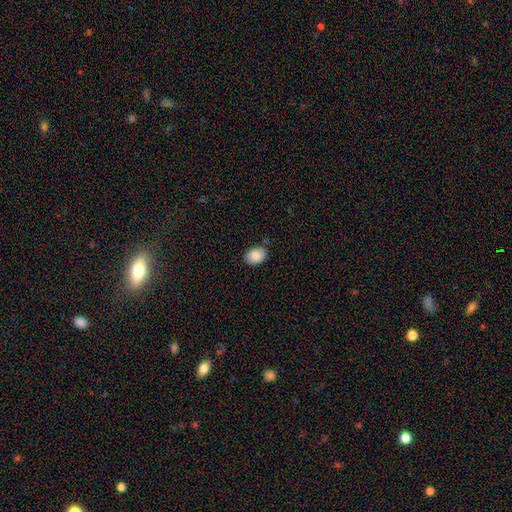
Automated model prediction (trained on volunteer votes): Smooth or featured? Predicted: smooth (p=0.86). How rounded? Predicted: in between (p=0.73). Merging? Predicted: none (p=0.81).